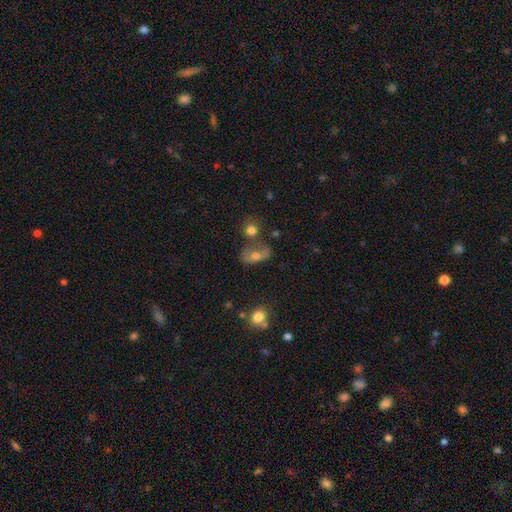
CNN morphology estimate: smooth 54%, featured or disk 31%, star or artifact 15%. Down the decision tree: how rounded — in between (72%); merging — none (43%).